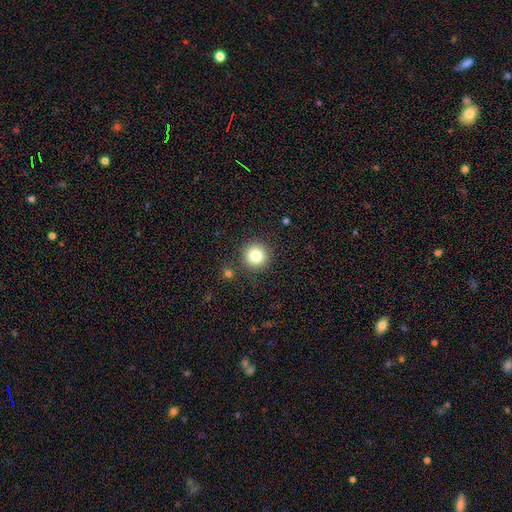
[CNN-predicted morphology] A smooth galaxy with no disk features (81%) that is round (95%).

Vote fractions:
- Smooth or featured? smooth: 81% / star or artifact: 12% / featured or disk: 7%
- How rounded? round: 95% / in between: 4% / cigar-shaped: 1%
- Merging? none: 88% / minor disturbance: 7% / merger: 3% / major disturbance: 3%